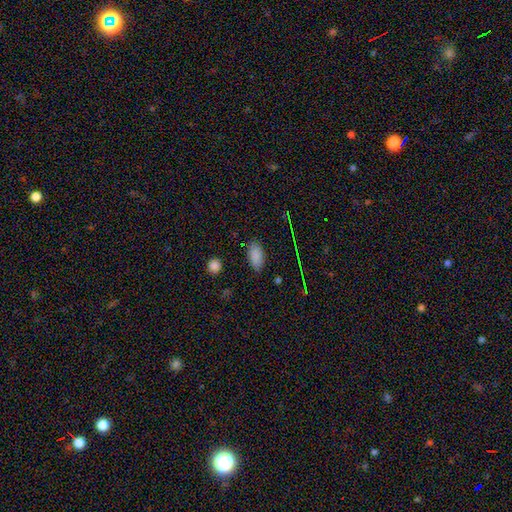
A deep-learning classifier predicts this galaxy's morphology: smooth 82%, star or artifact 13%, featured or disk 5%. Down the decision tree: how rounded — in between (92%); merging — none (84%).